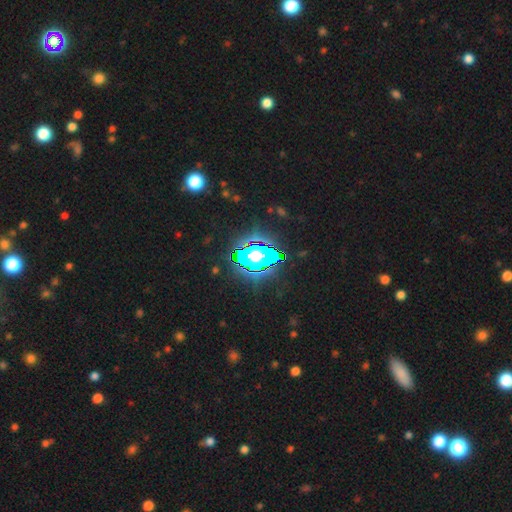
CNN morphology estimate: type=star or artifact (58%).